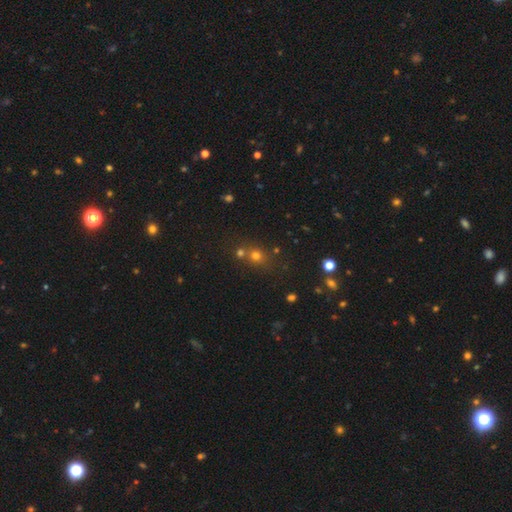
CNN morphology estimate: smooth-or-featured: smooth: 66% | star or artifact: 24% | featured or disk: 10%
  how-rounded: round: 82% | in between: 16% | cigar-shaped: 1%
  merging: none: 59% | merger: 29% | minor disturbance: 8% | major disturbance: 3%